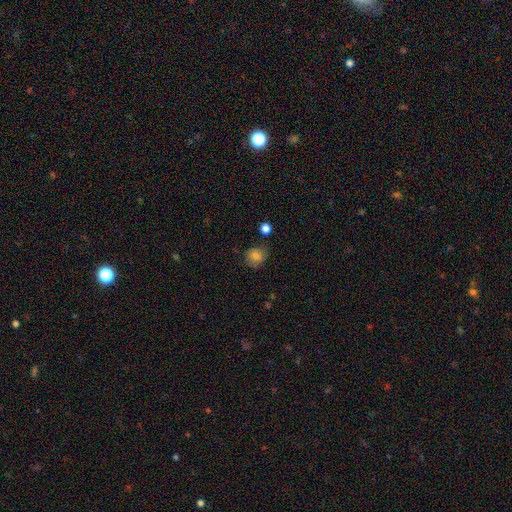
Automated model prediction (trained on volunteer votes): The model was most divided on "merging": none: 68%, minor disturbance: 22%, major disturbance: 7%, merger: 3%. More confident: how rounded — round (75%); smooth or featured — smooth (74%).